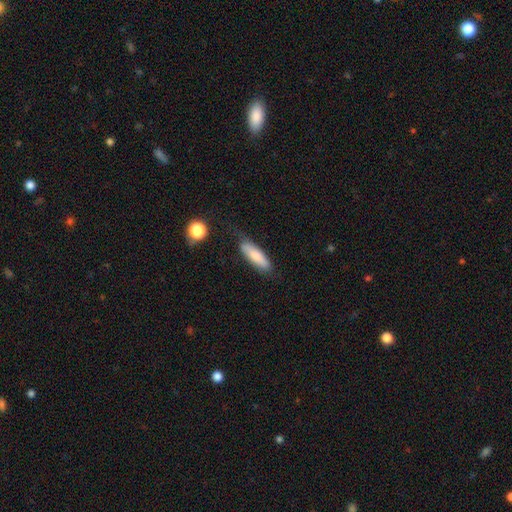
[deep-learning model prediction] Smooth or featured? smooth (78%)
How rounded? cigar-shaped (57%)
Merging? none (68%)